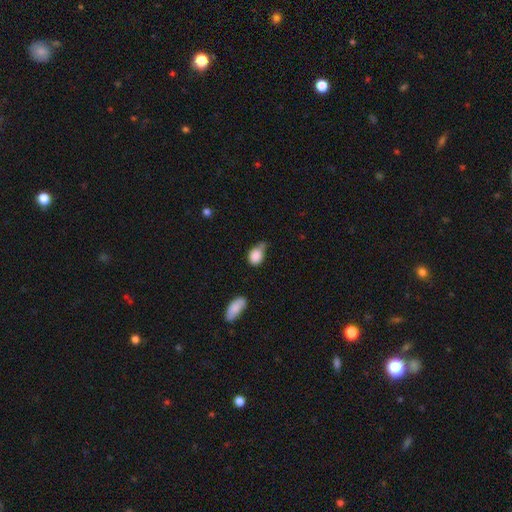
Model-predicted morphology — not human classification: Smooth or featured? Predicted: smooth (p=0.86). How rounded? Predicted: in between (p=0.64). Merging? Predicted: minor disturbance (p=0.40).